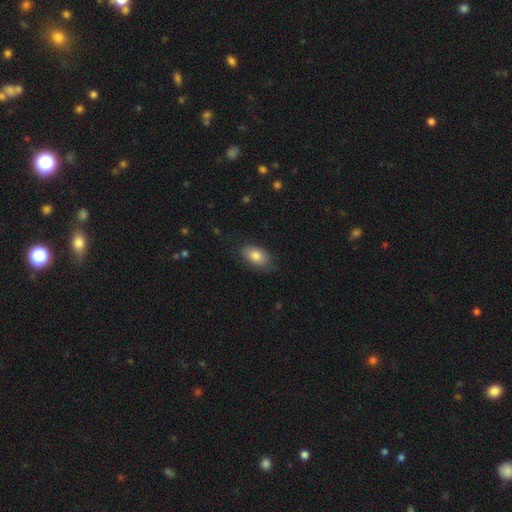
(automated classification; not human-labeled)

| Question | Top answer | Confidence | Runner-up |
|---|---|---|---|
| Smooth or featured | smooth | 82% | featured or disk (11%) |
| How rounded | in between | 90% | round (7%) |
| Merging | none | 77% | minor disturbance (18%) |